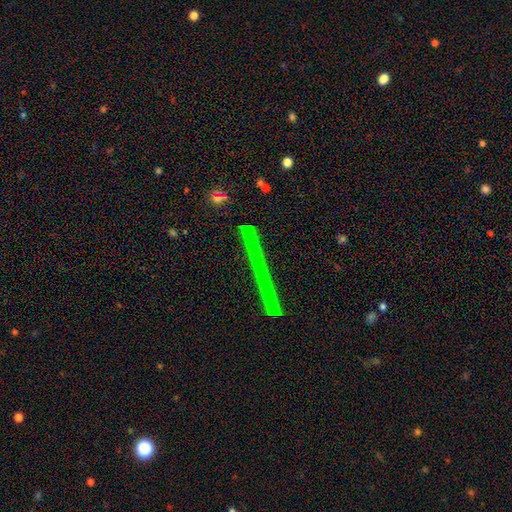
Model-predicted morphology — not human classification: Q: Smooth or featured?
A: star or artifact (76%); runner-up: featured or disk (15%)